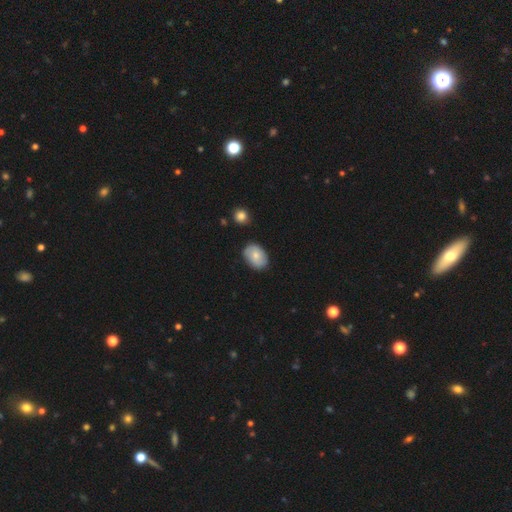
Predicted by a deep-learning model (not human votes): Smooth or featured? smooth (69%)
How rounded? in between (77%)
Merging? none (79%)